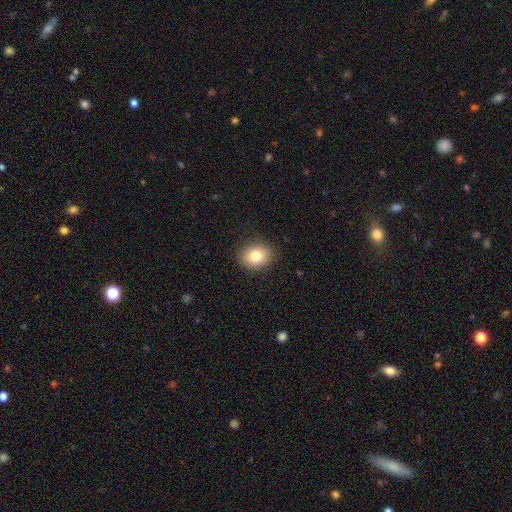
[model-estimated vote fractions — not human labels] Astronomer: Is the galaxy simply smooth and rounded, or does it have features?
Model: smooth — 81%.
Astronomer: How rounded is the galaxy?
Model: round — 60% (runner-up: in between, 39%).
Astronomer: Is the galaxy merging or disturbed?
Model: none — 88%.